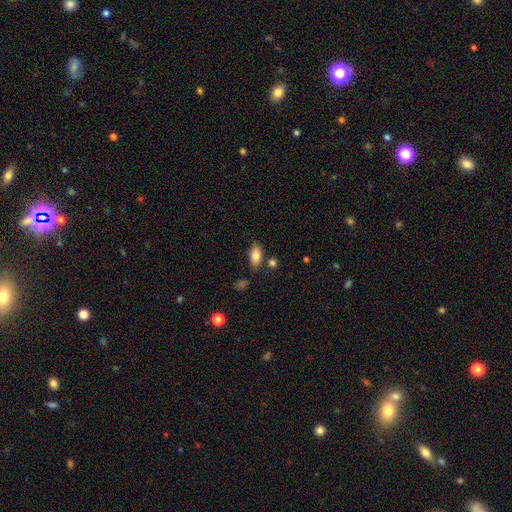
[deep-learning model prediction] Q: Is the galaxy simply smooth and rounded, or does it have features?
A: smooth — 83%.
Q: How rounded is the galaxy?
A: in between — 89%.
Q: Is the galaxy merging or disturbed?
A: none — 77%.